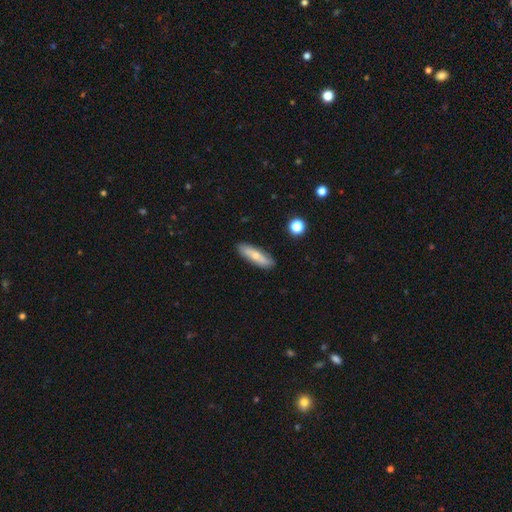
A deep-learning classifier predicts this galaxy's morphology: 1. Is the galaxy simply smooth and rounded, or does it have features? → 61% smooth, 33% featured or disk, 6% star or artifact.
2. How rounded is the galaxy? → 58% cigar-shaped, 39% in between, 3% round.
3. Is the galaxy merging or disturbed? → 86% none, 10% minor disturbance, 2% major disturbance, 2% merger.